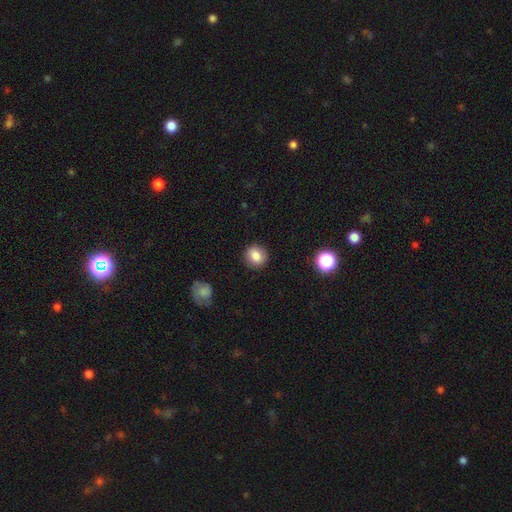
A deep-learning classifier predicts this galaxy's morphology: smooth 84%, star or artifact 10%, featured or disk 6%. Down the decision tree: how rounded — round (83%); merging — none (89%).